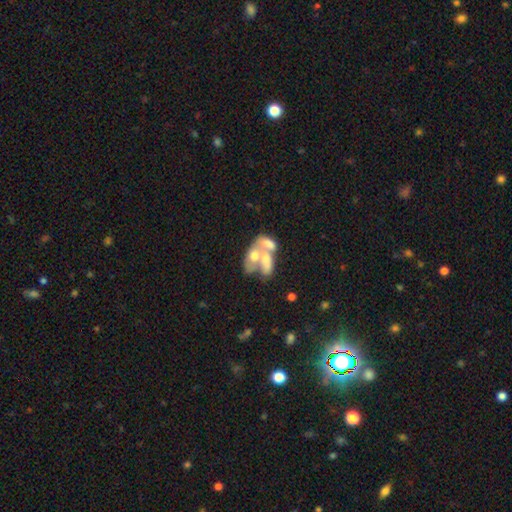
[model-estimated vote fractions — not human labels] Smooth or featured? featured or disk (54%)
Edge-on disk? no (96%)
Bar? no (89%)
Spiral arms? no (88%)
Bulge size? moderate (40%)
Merging? merger (71%)